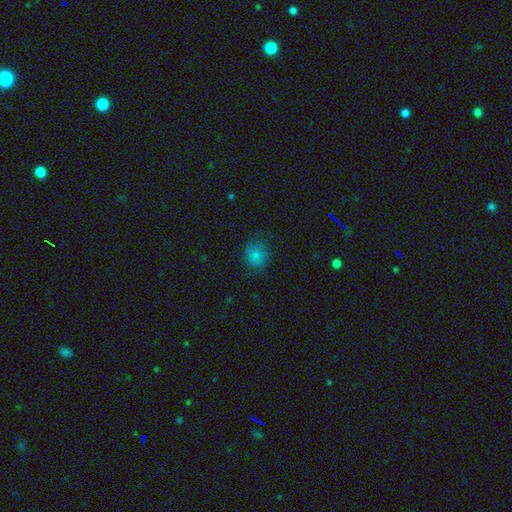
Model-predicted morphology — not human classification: This is clearly a smooth galaxy (82%). How rounded: clearly round (81%). Merging: likely none (79%).